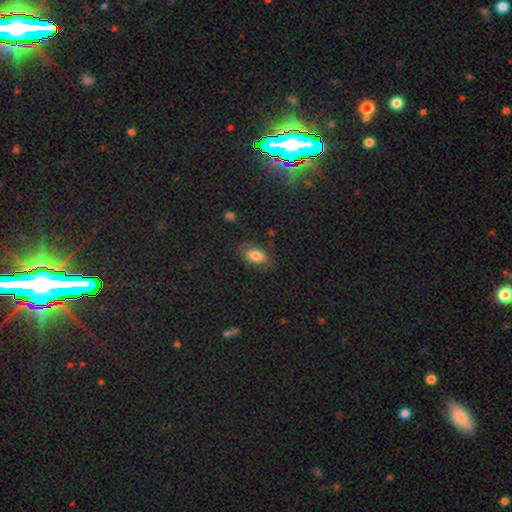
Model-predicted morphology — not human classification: This is likely a smooth galaxy (77%). How rounded: clearly in between (91%). Merging: likely none (76%).